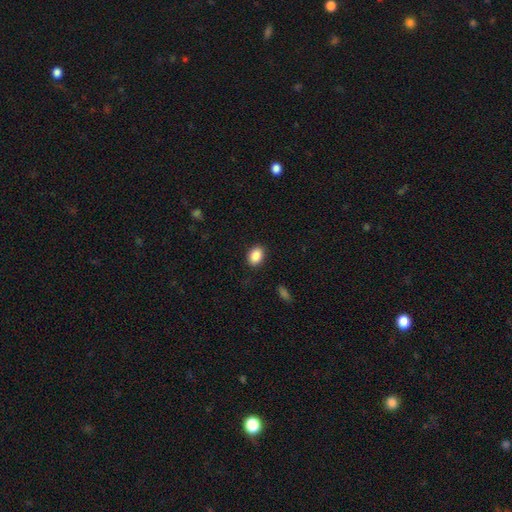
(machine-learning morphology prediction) Smooth or featured: smooth — 88% (star or artifact — 8%)
How rounded: in between — 72% (round — 27%)
Merging: none — 89% (minor disturbance — 8%)